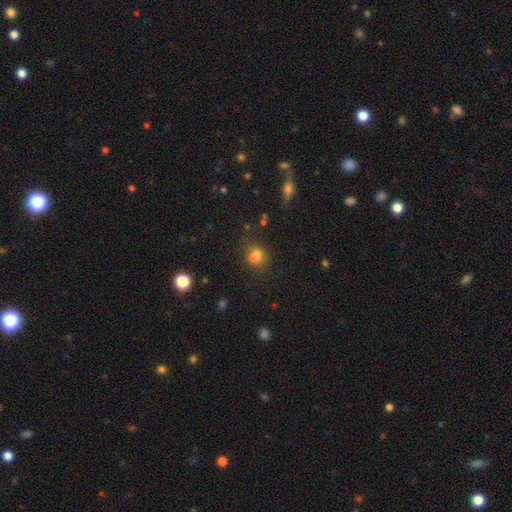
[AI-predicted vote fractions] Q: Smooth or featured?
A: smooth (68%); runner-up: star or artifact (18%)
Q: How rounded?
A: round (56%); runner-up: in between (42%)
Q: Merging?
A: none (52%); runner-up: merger (27%)